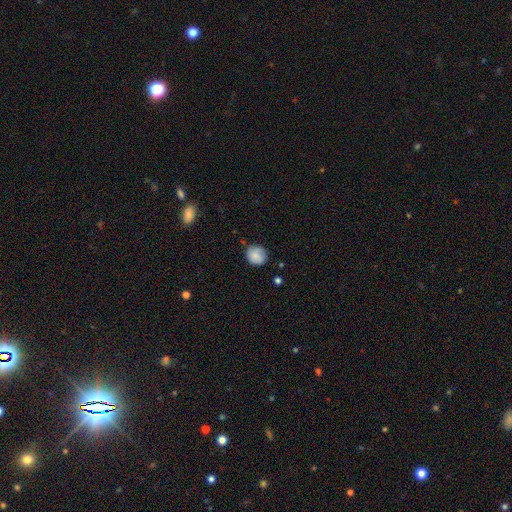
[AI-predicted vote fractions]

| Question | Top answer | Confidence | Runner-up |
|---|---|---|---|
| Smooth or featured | smooth | 82% | featured or disk (10%) |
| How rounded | round | 81% | in between (18%) |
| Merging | none | 74% | minor disturbance (20%) |